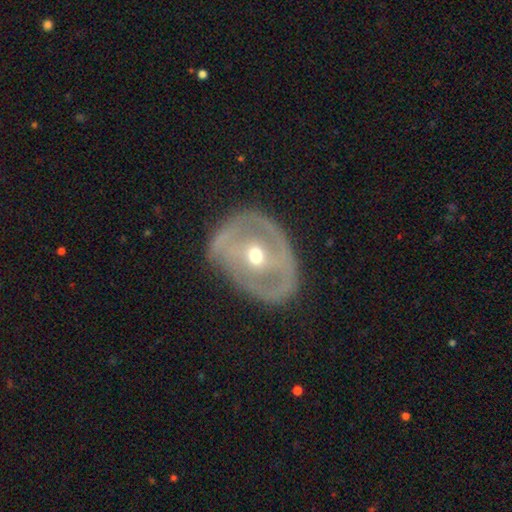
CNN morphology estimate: Overall: featured or disk (73%). Edge-on disk: no (94%). Bar: no (54%; weak 30%). Spiral arms: no (56%; yes 44%). Bulge size: moderate (67%; small 28%). Merging: none (76%).